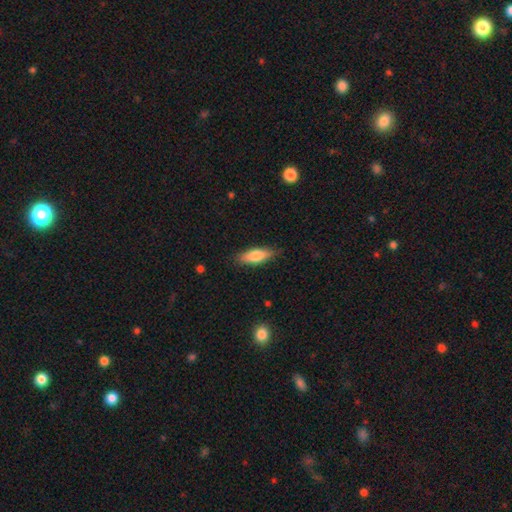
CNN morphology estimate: This appears to be a smooth galaxy with no disk features (76%) that is in between round and cigar-shaped (62%). Merging: none (85%).